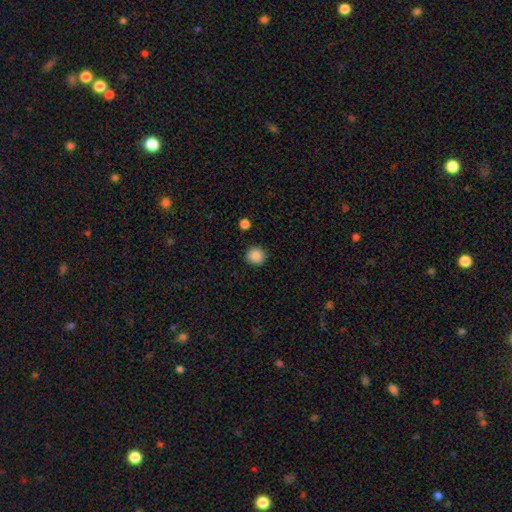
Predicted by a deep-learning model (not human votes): Morphology: type=smooth (88%); roundness=round (91%); merging=none (89%).